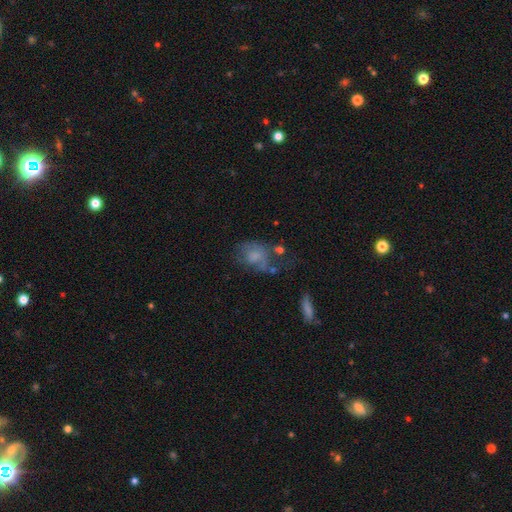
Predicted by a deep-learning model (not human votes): Overall: smooth (50%; featured or disk 37%). How rounded: in between (71%). Merging: major disturbance (36%; none 29%).